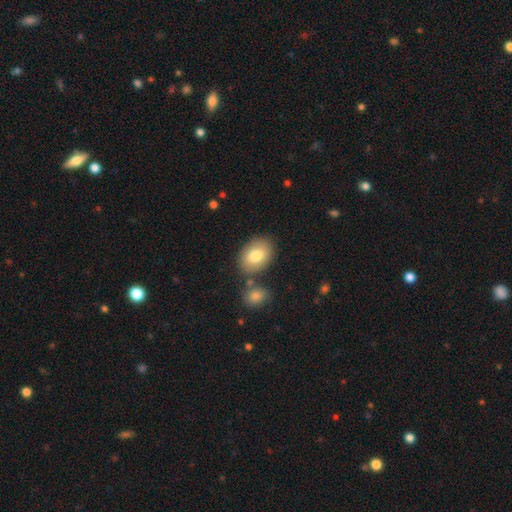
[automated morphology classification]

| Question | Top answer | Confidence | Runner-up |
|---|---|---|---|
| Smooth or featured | smooth | 80% | featured or disk (13%) |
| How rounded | in between | 84% | round (15%) |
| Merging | none | 75% | minor disturbance (12%) |